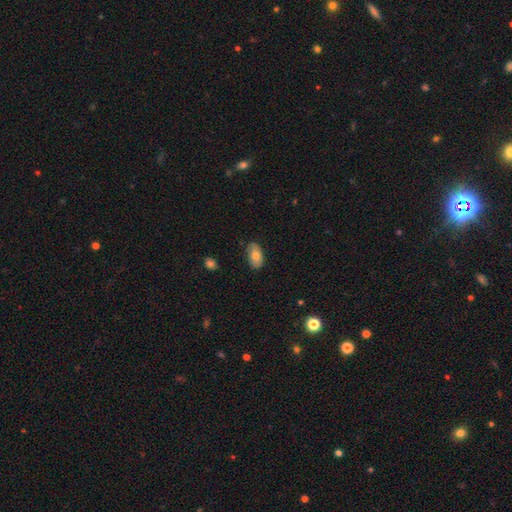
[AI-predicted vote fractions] Morphology: type=smooth (75%); roundness=in between (93%); merging=none (80%).